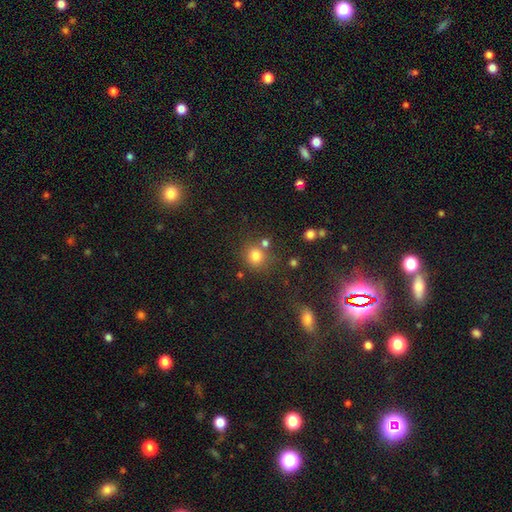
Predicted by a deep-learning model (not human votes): The model was most divided on "merging": none: 70%, merger: 15%, minor disturbance: 11%, major disturbance: 4%. More confident: how rounded — round (86%); smooth or featured — smooth (79%).